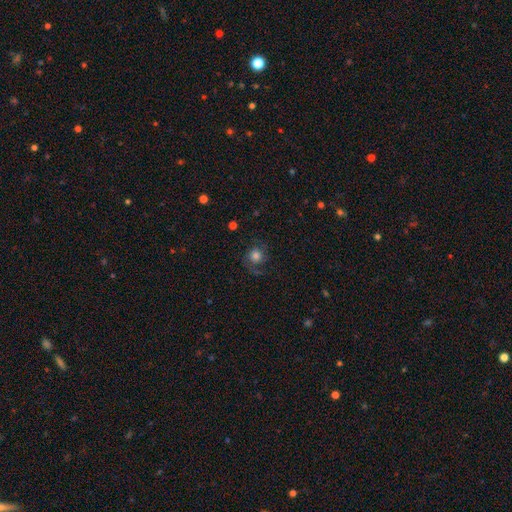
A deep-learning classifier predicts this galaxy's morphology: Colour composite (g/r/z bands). It shows a featured or disk galaxy (53%) with no bar (76%), spiral arms (91%) and a moderate central bulge (38%). Merging: none (71%).